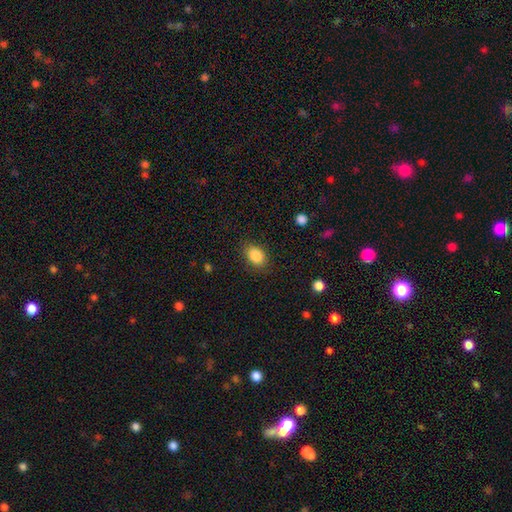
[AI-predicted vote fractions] The model was most divided on "how rounded": in between: 78%, round: 21%, cigar-shaped: 1%. More confident: smooth or featured — smooth (87%); merging — none (84%).